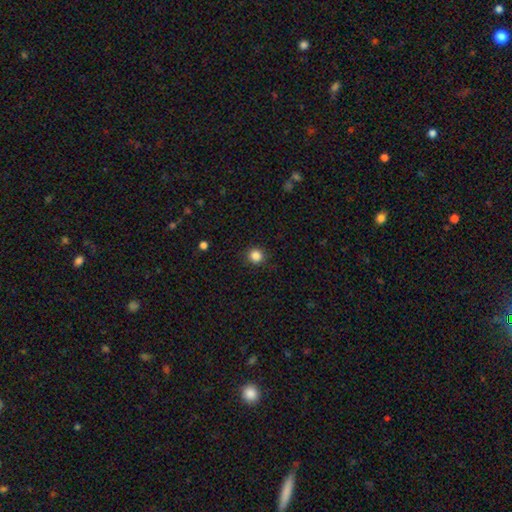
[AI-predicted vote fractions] Q: Smooth or featured?
A: smooth (86%); runner-up: star or artifact (11%)
Q: How rounded?
A: round (92%); runner-up: in between (7%)
Q: Merging?
A: none (90%); runner-up: minor disturbance (6%)